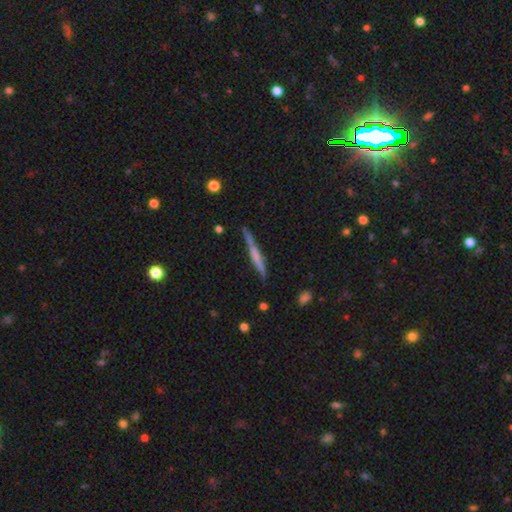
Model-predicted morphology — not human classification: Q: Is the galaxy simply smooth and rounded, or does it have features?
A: featured or disk — 55%.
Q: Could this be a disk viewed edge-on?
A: yes — 97%.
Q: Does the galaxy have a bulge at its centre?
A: none — 50%.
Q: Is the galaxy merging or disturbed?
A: none — 83%.